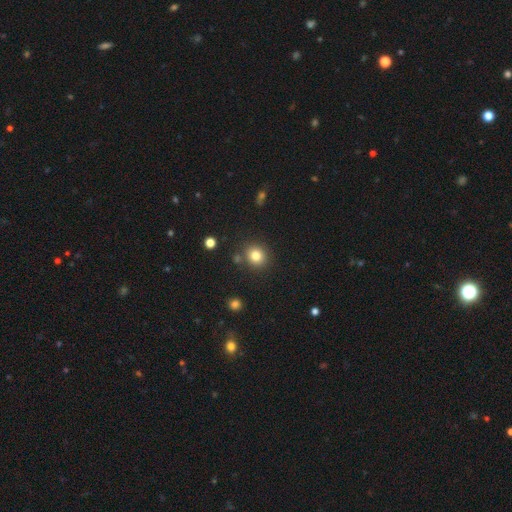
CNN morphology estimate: smooth_or_featured: smooth (p=0.81) [alt: star or artifact p=0.12]
how_rounded: round (p=0.84) [alt: in between p=0.15]
merging: none (p=0.83) [alt: minor disturbance p=0.08]